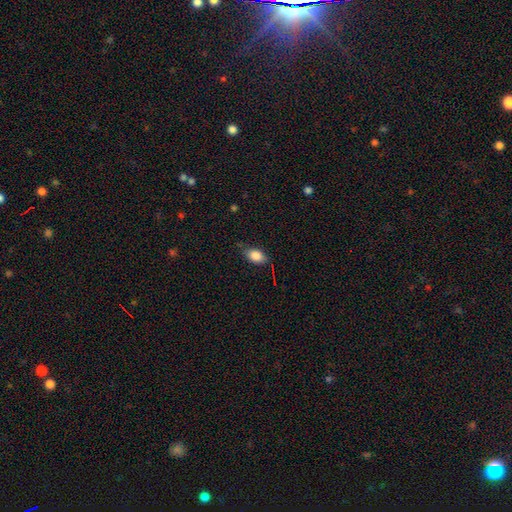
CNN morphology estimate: Smooth or featured?
  - smooth: 83% *
  - featured or disk: 9%
  - star or artifact: 8%
How rounded?
  - in between: 86% *
  - round: 11%
  - cigar-shaped: 3%
Merging?
  - none: 72% *
  - minor disturbance: 22%
  - major disturbance: 5%
  - merger: 2%